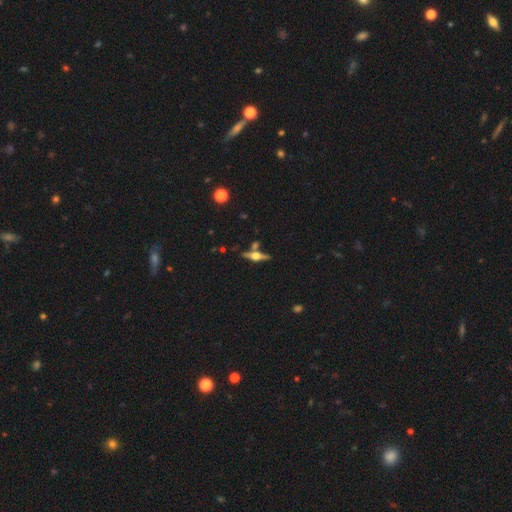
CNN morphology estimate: Overall: featured or disk (77%). Edge-on disk: yes (97%). Edge-on bulge: rounded (94%). Merging: none (76%).